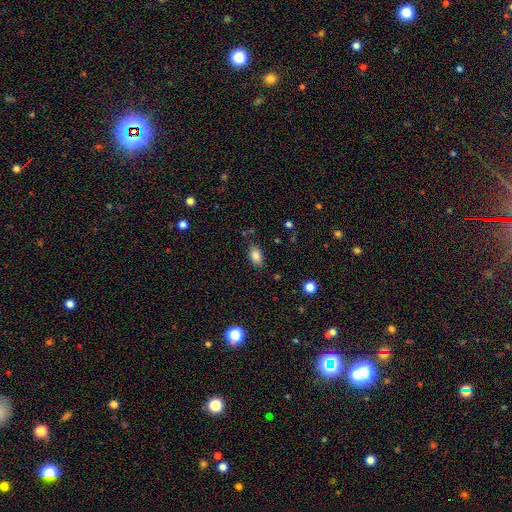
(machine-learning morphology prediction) The model was most divided on "merging": none: 79%, minor disturbance: 15%, major disturbance: 4%, merger: 3%. More confident: how rounded — in between (88%); smooth or featured — smooth (83%).